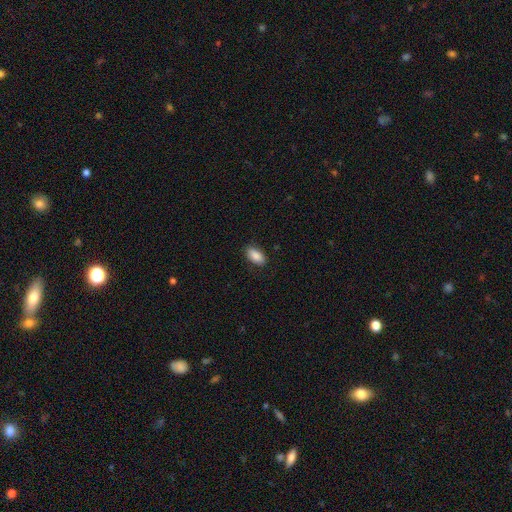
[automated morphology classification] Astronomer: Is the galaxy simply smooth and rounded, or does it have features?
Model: smooth — 88%.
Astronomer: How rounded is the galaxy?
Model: in between — 92%.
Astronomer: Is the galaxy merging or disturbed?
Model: none — 85%.